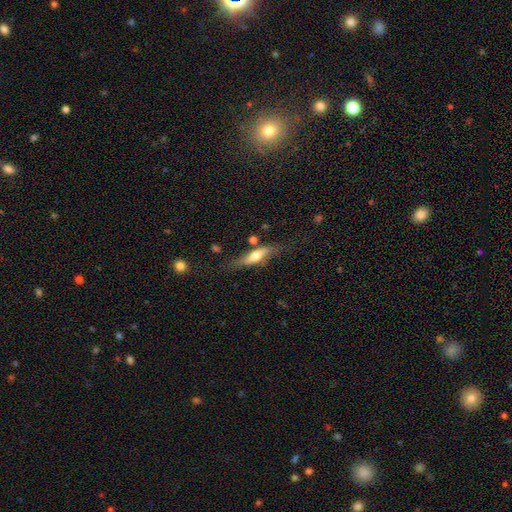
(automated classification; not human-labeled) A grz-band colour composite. It shows a smooth galaxy with no disk features (52%) that is cigar-shaped (63%). Merging: none (65%).